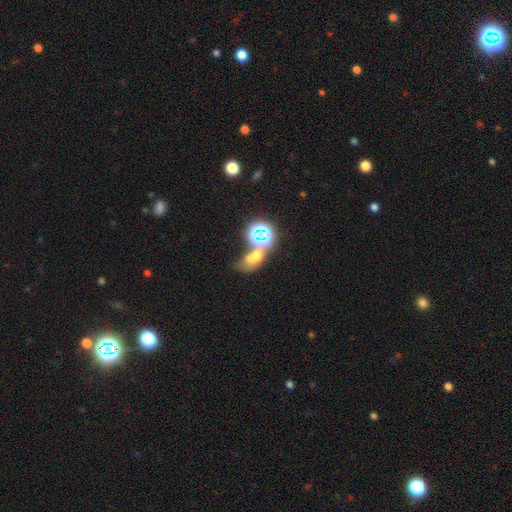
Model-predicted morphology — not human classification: type=smooth (44%); merging=merger (50%).